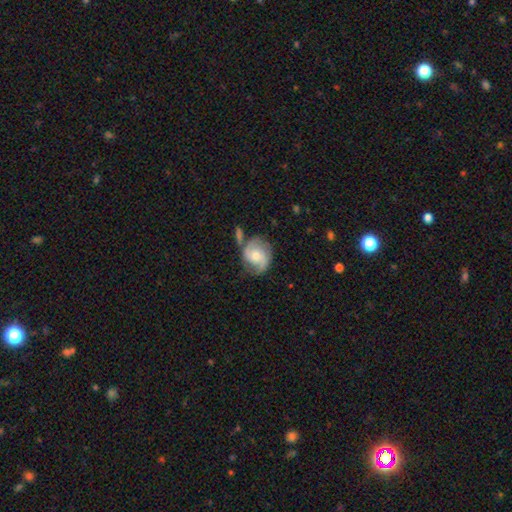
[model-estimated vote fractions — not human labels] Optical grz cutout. It shows a featured or disk galaxy (73%) with no bar (61%), 2 (82%) medium (46%) spiral arms (93%) and a moderate central bulge (57%). Merging: none (58%).